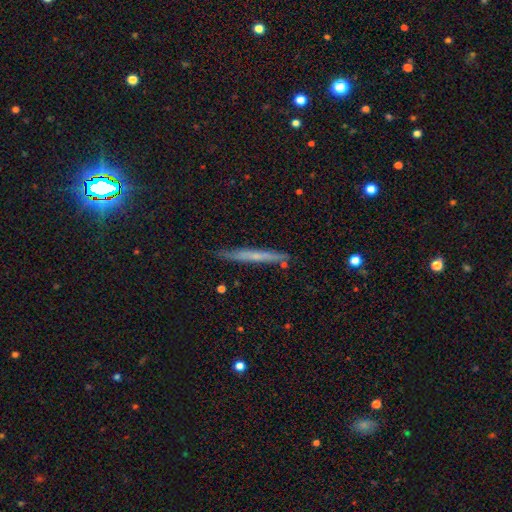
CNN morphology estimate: smooth_or_featured: featured or disk (p=0.49) [alt: smooth p=0.42]
merging: none (p=0.85) [alt: minor disturbance p=0.11]